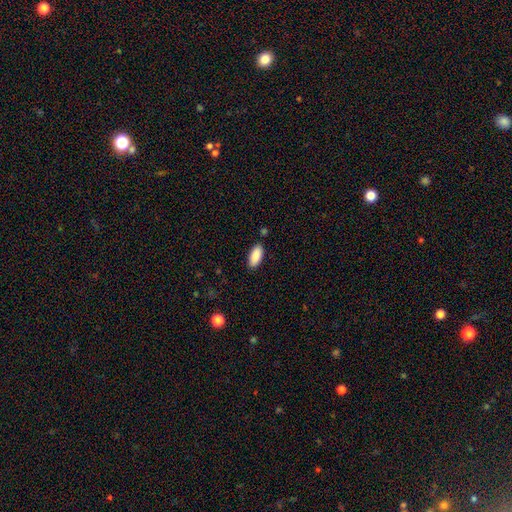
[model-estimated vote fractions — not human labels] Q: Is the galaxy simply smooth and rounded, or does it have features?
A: smooth — 89%.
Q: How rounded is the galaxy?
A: in between — 88%.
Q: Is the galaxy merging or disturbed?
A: none — 86%.